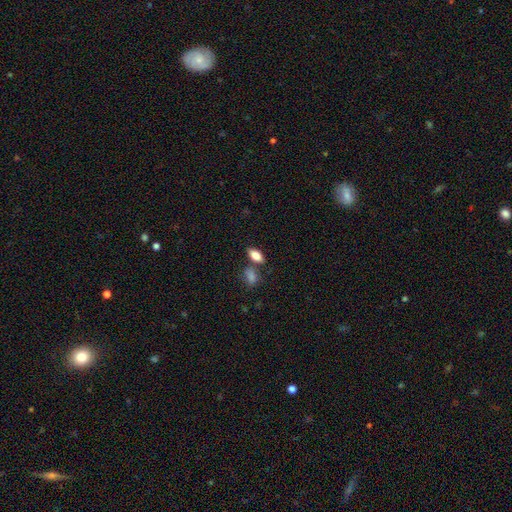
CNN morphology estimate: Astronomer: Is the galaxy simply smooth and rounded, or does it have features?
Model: smooth — 82%.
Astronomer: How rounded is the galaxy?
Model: in between — 88%.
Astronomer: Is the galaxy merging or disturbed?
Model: none — 67%.